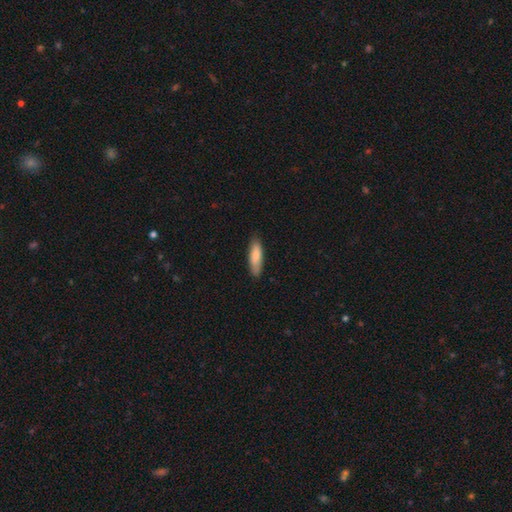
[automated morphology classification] This appears to be a smooth galaxy with no disk features (82%) that is cigar-shaped (57%). Merging: none (83%).